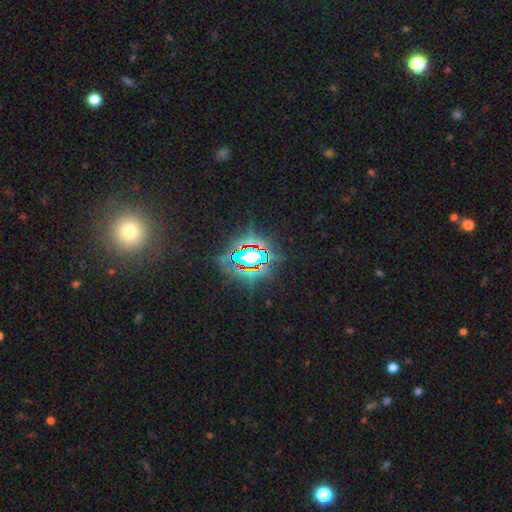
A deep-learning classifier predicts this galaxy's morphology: A star or artifact, not a galaxy (77%).